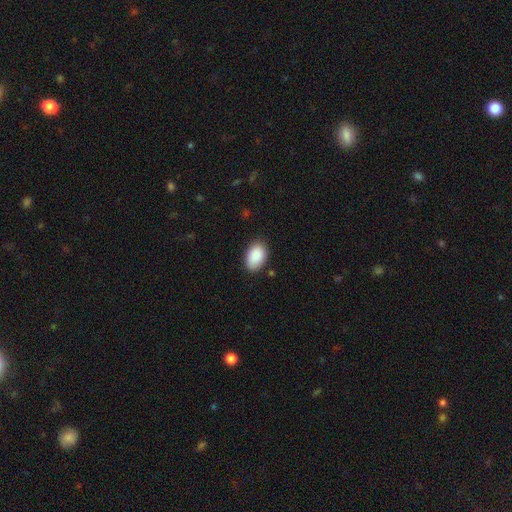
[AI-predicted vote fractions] Smooth or featured? smooth (90%)
How rounded? in between (90%)
Merging? none (85%)